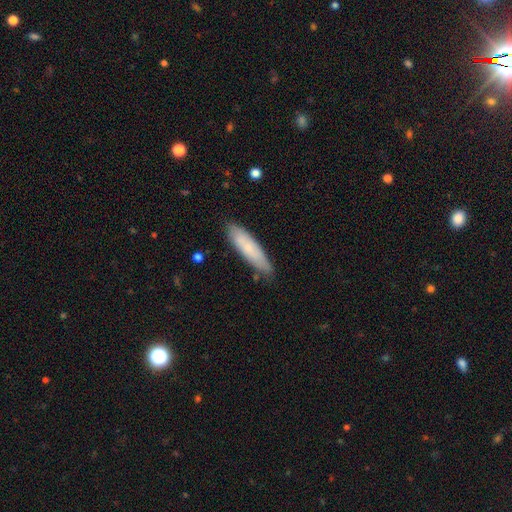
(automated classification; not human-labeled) Morphology: type=smooth (71%); roundness=cigar-shaped (67%); merging=none (79%).